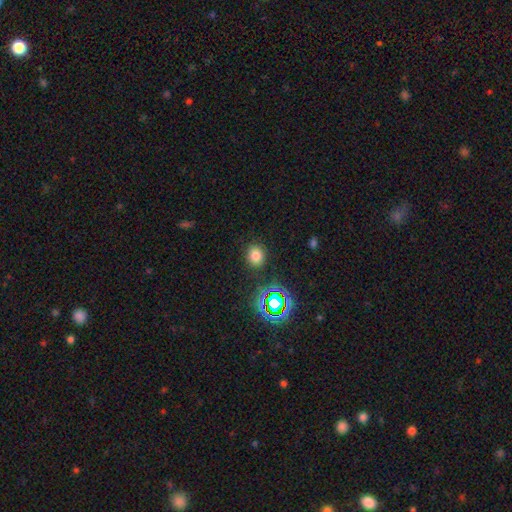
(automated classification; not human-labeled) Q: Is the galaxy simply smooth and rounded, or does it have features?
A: smooth — 72%.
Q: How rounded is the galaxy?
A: round — 65%.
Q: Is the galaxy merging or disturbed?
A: none — 86%.